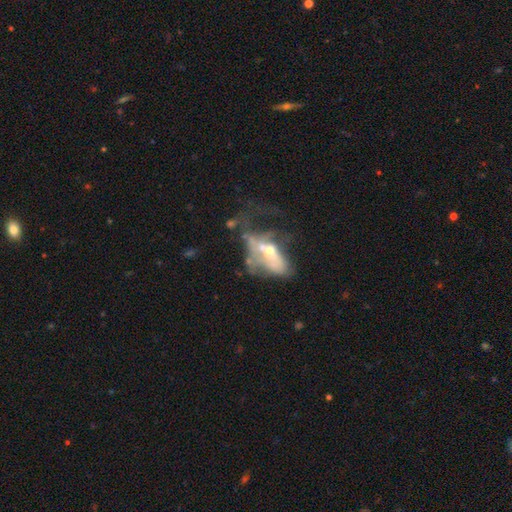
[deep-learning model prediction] featured or disk 63%, smooth 25%, star or artifact 12%. Down the decision tree: edge-on disk — no (90%); bar — no (76%); spiral arms — no (76%); bulge size — moderate (54%); merging — major disturbance (42%).